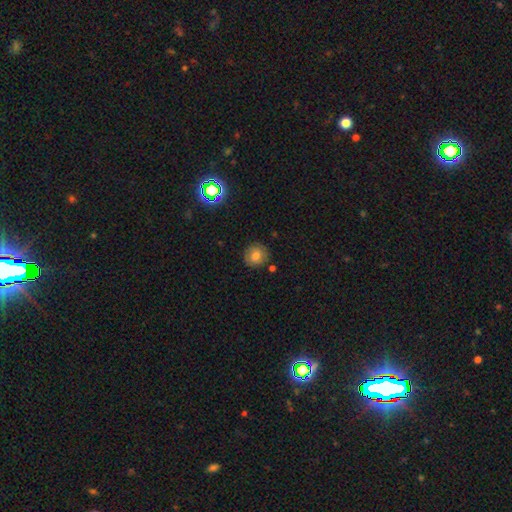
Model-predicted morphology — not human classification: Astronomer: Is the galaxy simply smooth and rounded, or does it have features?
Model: smooth — 77%.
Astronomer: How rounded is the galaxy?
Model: round — 89%.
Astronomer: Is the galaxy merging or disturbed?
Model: none — 83%.